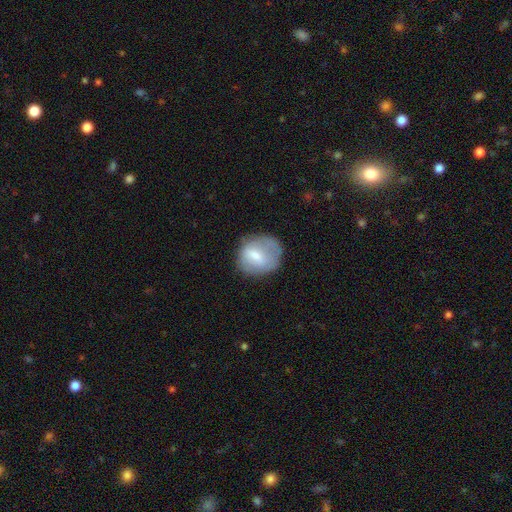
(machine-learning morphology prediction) Smooth or featured? smooth (62%)
How rounded? round (73%)
Merging? none (59%)